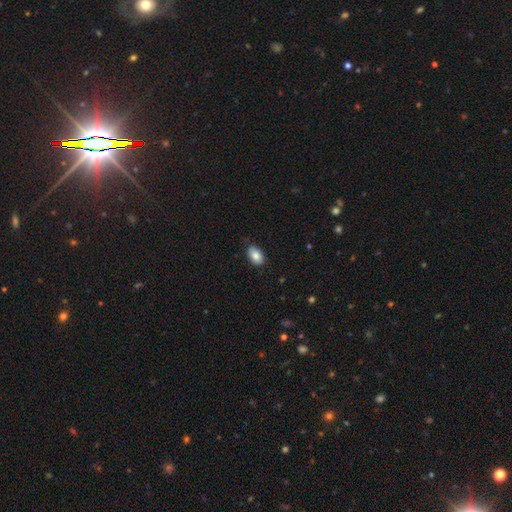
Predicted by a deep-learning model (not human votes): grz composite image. It shows a smooth galaxy with no disk features (84%) that is in between round and cigar-shaped (91%). Merging: none (79%).